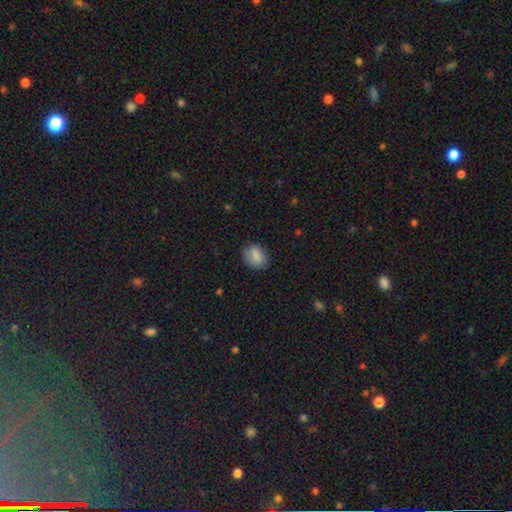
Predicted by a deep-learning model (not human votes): A smooth galaxy with no disk features (85%) that is round (51%).

Vote fractions:
- Smooth or featured? smooth: 85% / star or artifact: 8% / featured or disk: 7%
- How rounded? round: 51% / in between: 48% / cigar-shaped: 1%
- Merging? none: 83% / minor disturbance: 13% / major disturbance: 3% / merger: 1%